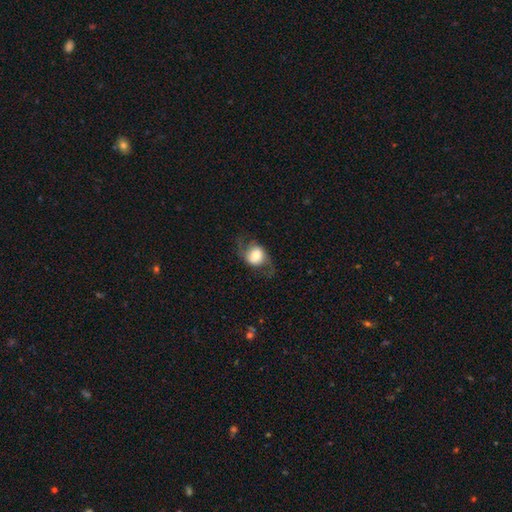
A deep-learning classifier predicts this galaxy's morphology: This is possibly a featured or disk galaxy (58%). It is clearly not viewed edge-on (93%). Bar: likely no (63%). Spiral arm pattern: clearly yes (84%). Central bulge: marginally moderate (40%). Merging: likely none (65%).